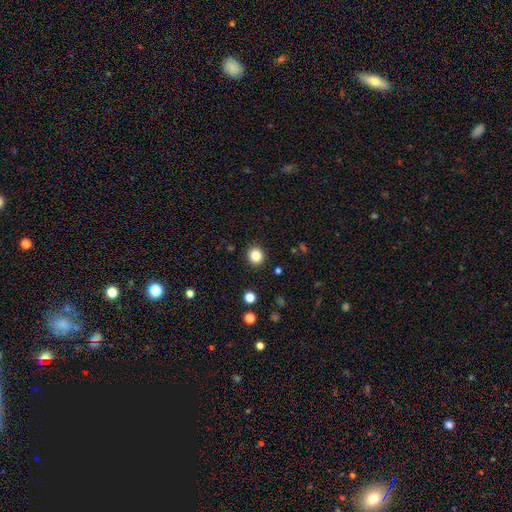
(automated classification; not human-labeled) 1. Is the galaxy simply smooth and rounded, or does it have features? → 83% smooth, 12% star or artifact, 5% featured or disk.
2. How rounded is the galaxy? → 88% round, 11% in between, 1% cigar-shaped.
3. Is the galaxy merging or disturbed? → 92% none, 5% minor disturbance, 2% major disturbance, 1% merger.